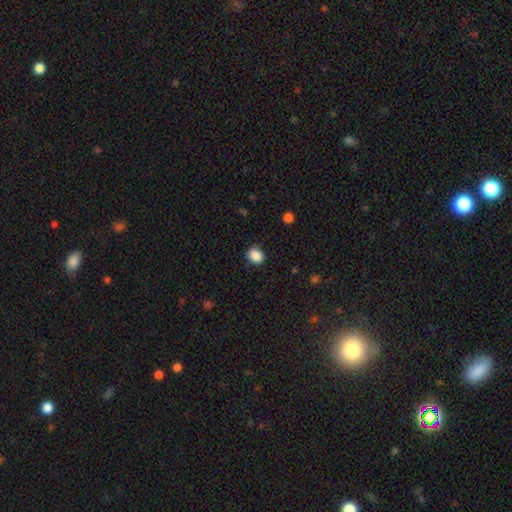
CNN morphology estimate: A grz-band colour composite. It shows a smooth galaxy with no disk features (87%) that is round (51%). Merging: none (79%).